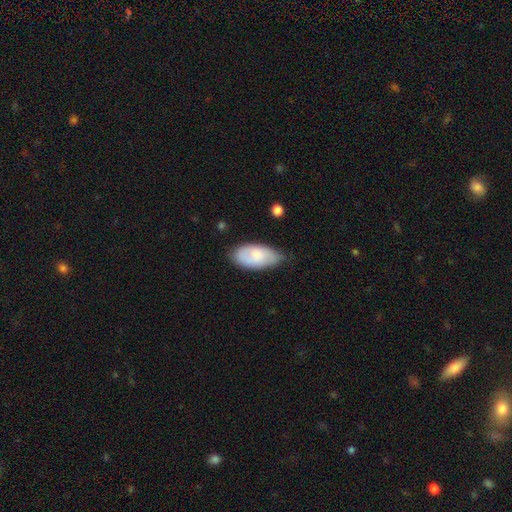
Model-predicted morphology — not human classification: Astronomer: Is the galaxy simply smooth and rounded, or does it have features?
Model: smooth — 69%.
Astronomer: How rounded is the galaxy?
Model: in between — 94%.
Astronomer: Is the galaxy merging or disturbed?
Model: none — 64%.